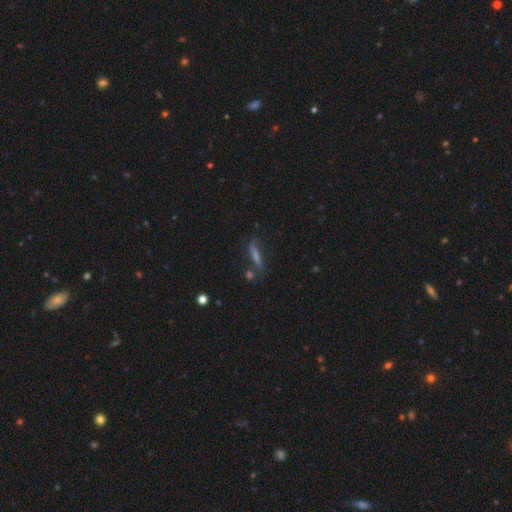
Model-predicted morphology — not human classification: smooth_or_featured: smooth (p=0.45) [alt: featured or disk p=0.37]
merging: none (p=0.65) [alt: minor disturbance p=0.17]